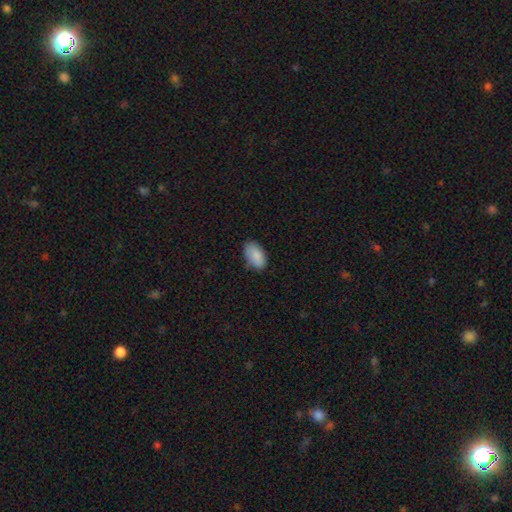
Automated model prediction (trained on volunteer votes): The model was most divided on "merging": none: 80%, minor disturbance: 16%, major disturbance: 3%, merger: 1%. More confident: how rounded — in between (94%); smooth or featured — smooth (89%).